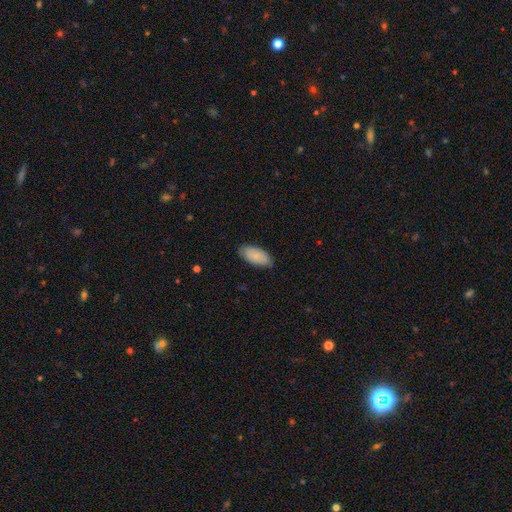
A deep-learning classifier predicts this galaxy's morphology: Smooth or featured: smooth — 87% (featured or disk — 8%)
How rounded: in between — 93% (cigar-shaped — 5%)
Merging: none — 81% (minor disturbance — 16%)